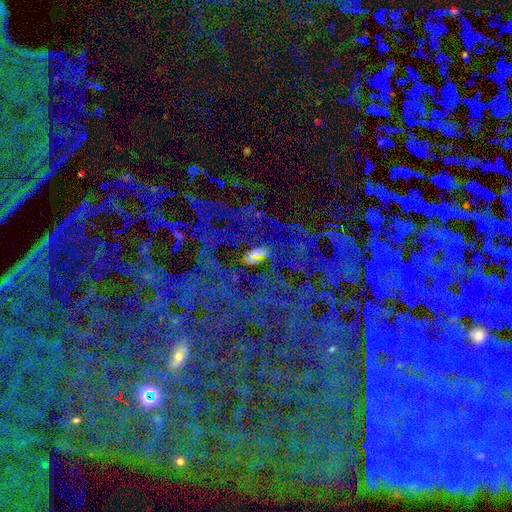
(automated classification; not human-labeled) smooth-or-featured: star or artifact: 68% | smooth: 20% | featured or disk: 12%